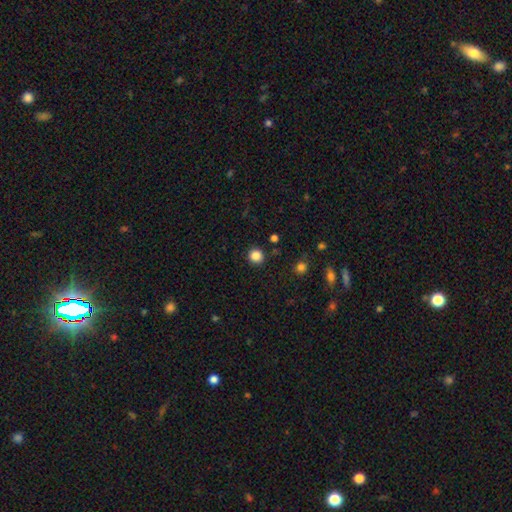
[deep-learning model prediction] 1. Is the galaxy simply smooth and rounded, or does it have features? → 85% smooth, 12% star or artifact, 4% featured or disk.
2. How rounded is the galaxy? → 94% round, 6% in between, 1% cigar-shaped.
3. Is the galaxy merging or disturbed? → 91% none, 5% minor disturbance, 2% major disturbance, 2% merger.